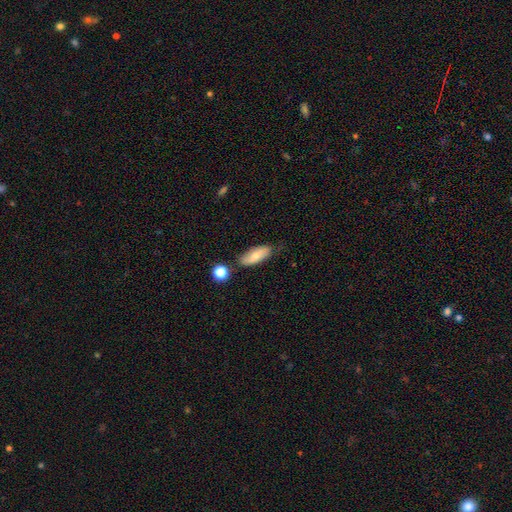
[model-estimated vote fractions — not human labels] Smooth or featured: smooth — 71% (featured or disk — 22%)
How rounded: in between — 73% (cigar-shaped — 24%)
Merging: none — 74% (minor disturbance — 18%)